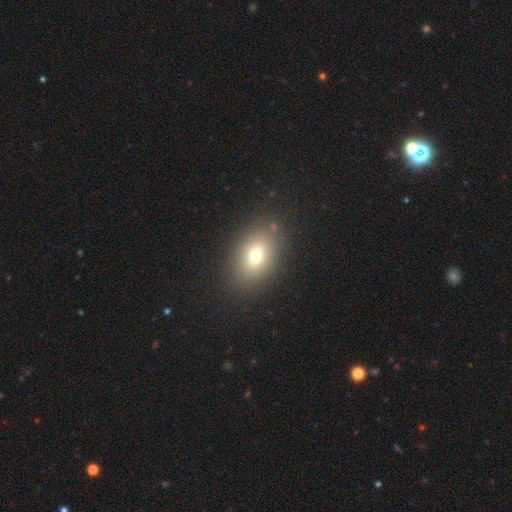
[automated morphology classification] Smooth or featured?
  - smooth: 71% *
  - star or artifact: 14%
  - featured or disk: 14%
How rounded?
  - in between: 71% *
  - round: 28%
  - cigar-shaped: 1%
Merging?
  - none: 84% *
  - minor disturbance: 10%
  - major disturbance: 4%
  - merger: 2%